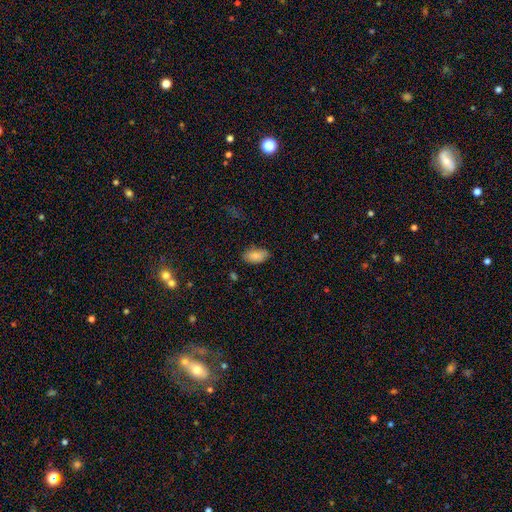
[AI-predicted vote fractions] This appears to be a smooth galaxy with no disk features (82%) that is in between round and cigar-shaped (94%). Merging: none (77%).